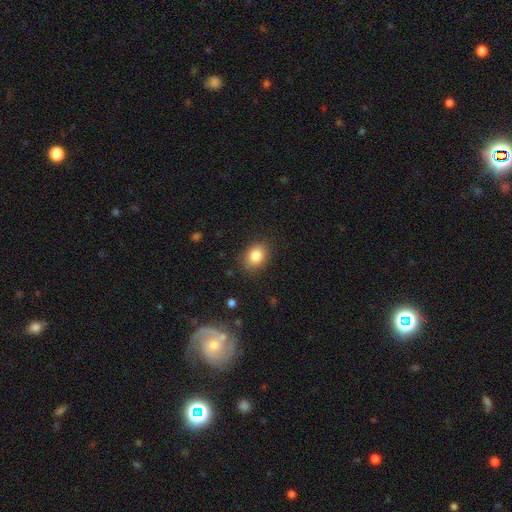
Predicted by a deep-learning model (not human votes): A smooth galaxy with no disk features (84%) that is in between round and cigar-shaped (59%). Merging: none (85%).